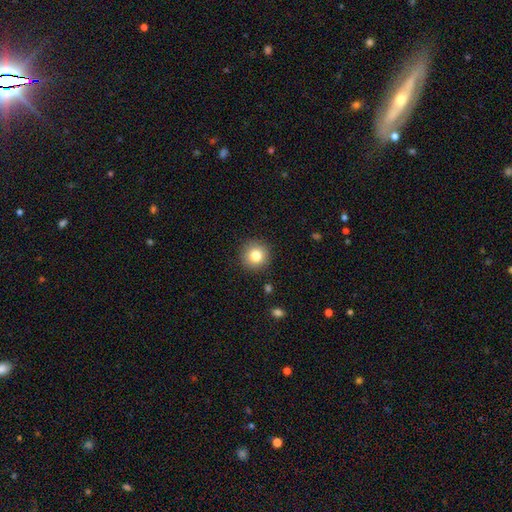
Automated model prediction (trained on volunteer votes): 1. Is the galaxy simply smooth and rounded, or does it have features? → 81% smooth, 10% star or artifact, 9% featured or disk.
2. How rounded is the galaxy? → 94% round, 5% in between, 1% cigar-shaped.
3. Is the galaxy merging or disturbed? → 90% none, 6% minor disturbance, 2% major disturbance, 1% merger.